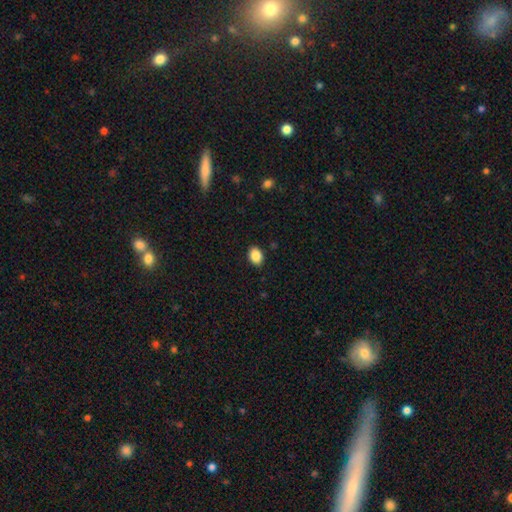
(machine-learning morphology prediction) This appears to be a smooth galaxy with no disk features (88%) that is in between round and cigar-shaped (76%). Merging: none (89%).